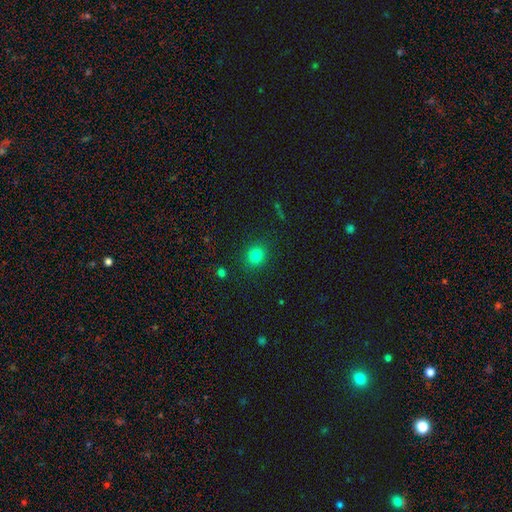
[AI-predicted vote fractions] smooth_or_featured: smooth (p=0.80) [alt: star or artifact p=0.14]
how_rounded: round (p=0.83) [alt: in between p=0.16]
merging: none (p=0.89) [alt: minor disturbance p=0.07]